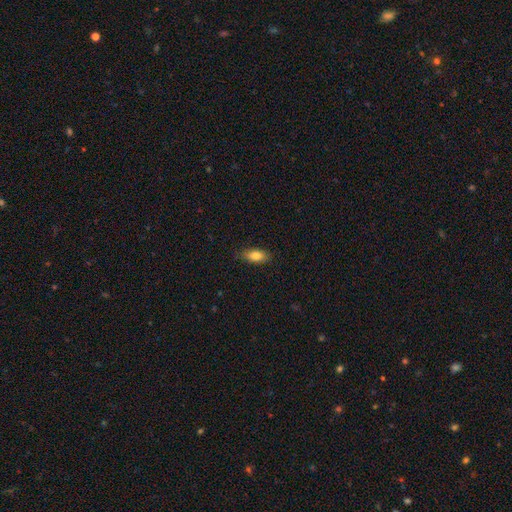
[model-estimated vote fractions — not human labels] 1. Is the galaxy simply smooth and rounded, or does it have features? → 82% smooth, 11% featured or disk, 7% star or artifact.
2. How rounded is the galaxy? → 84% in between, 13% cigar-shaped, 4% round.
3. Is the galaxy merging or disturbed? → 84% none, 13% minor disturbance, 2% major disturbance, 1% merger.